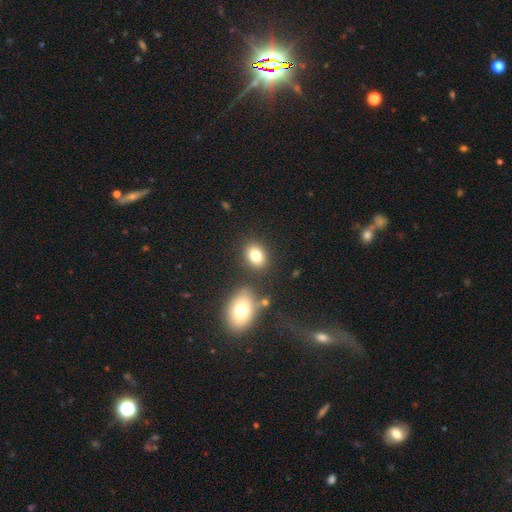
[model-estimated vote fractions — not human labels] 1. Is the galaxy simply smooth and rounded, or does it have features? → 79% smooth, 11% star or artifact, 10% featured or disk.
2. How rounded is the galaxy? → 64% in between, 35% round, 1% cigar-shaped.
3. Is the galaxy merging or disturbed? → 79% none, 10% minor disturbance, 8% merger, 3% major disturbance.